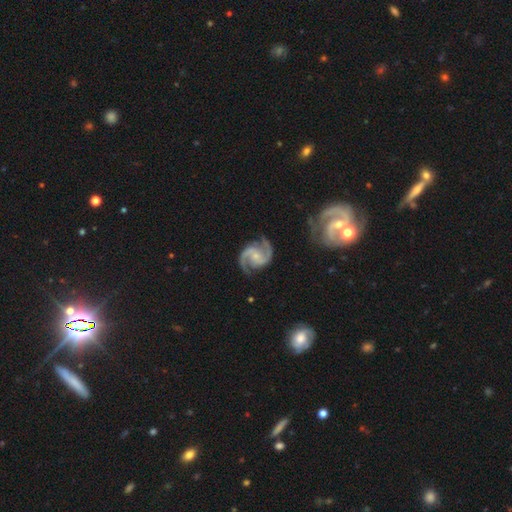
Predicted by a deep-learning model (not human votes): Q: Smooth or featured?
A: featured or disk (93%); runner-up: star or artifact (4%)
Q: Edge-on disk?
A: no (98%); runner-up: yes (2%)
Q: Bar?
A: no (55%); runner-up: weak (34%)
Q: Spiral arms?
A: yes (98%); runner-up: no (2%)
Q: Spiral winding?
A: medium (63%); runner-up: tight (19%)
Q: Spiral arm count?
A: 2 (93%); runner-up: 3 (2%)
Q: Bulge size?
A: small (65%); runner-up: moderate (25%)
Q: Merging?
A: none (79%); runner-up: minor disturbance (14%)